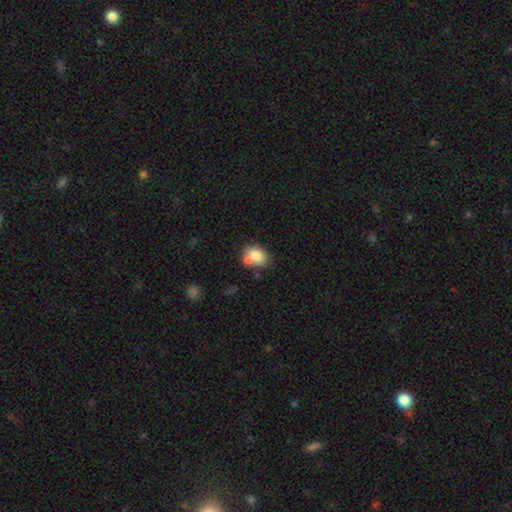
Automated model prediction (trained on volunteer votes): smooth_or_featured: smooth (p=0.79) [alt: featured or disk p=0.12]
how_rounded: in between (p=0.71) [alt: round p=0.28]
merging: none (p=0.55) [alt: merger p=0.26]